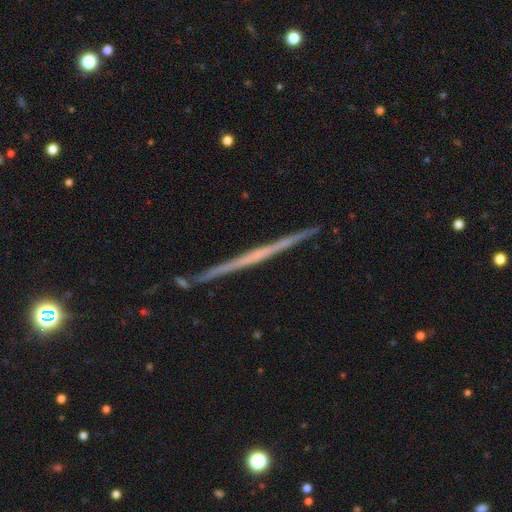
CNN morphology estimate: Smooth or featured? Predicted: featured or disk (p=0.72). Edge-on disk? Predicted: yes (p=0.98). Edge-on bulge? Predicted: none (p=0.86). Merging? Predicted: none (p=0.90).